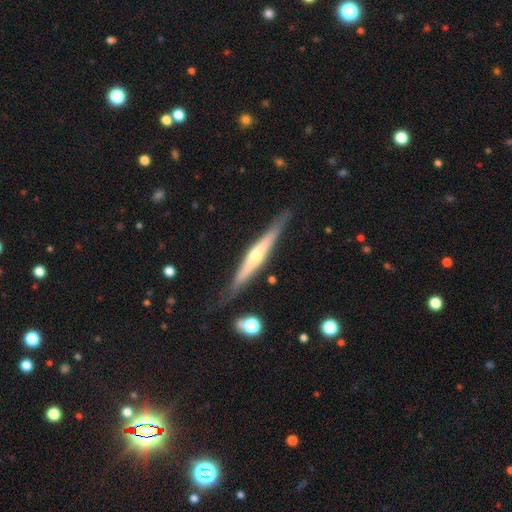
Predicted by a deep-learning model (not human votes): Morphology: type=featured or disk (69%); edge-on=yes (96%); edge-on bulge=rounded (77%); merging=none (81%).